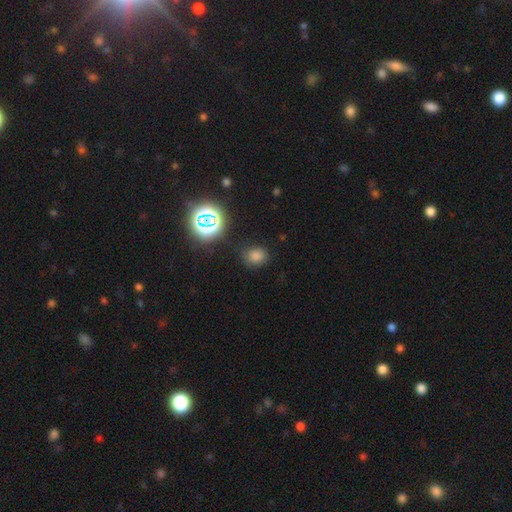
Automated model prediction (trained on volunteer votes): This is likely a smooth galaxy (67%). How rounded: likely round (66%). Merging: likely none (80%).